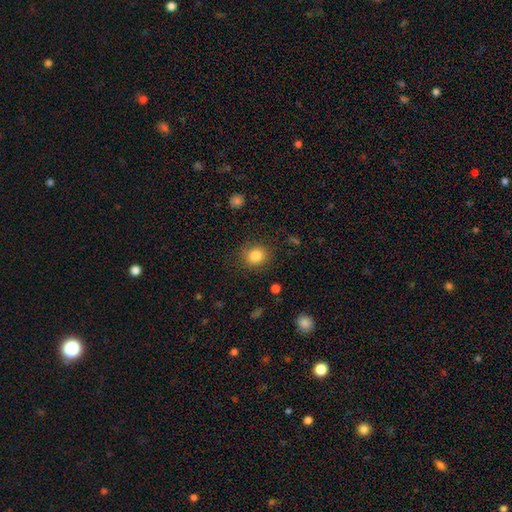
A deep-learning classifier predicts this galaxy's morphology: smooth_or_featured: smooth (p=0.84) [alt: star or artifact p=0.11]
how_rounded: round (p=0.80) [alt: in between p=0.20]
merging: none (p=0.85) [alt: minor disturbance p=0.10]